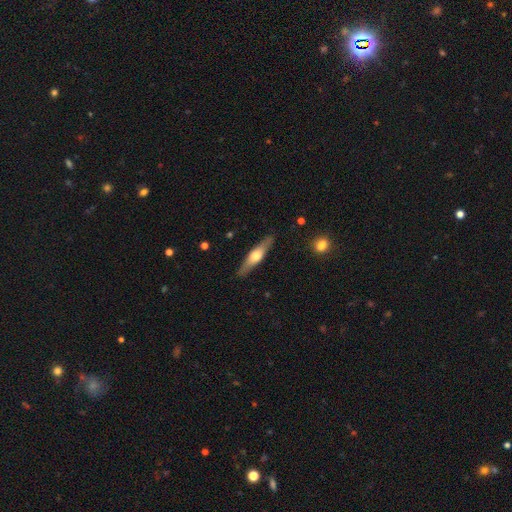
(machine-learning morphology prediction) This appears to be a featured or disk galaxy (54%) viewed edge-on (91%). Merging: none (88%).